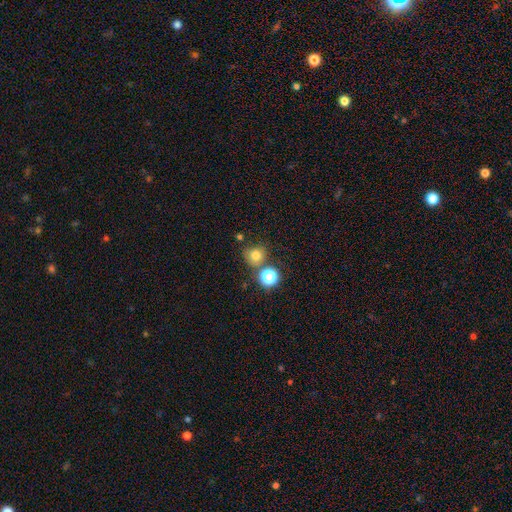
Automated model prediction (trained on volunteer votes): smooth-or-featured: smooth: 74% | star or artifact: 18% | featured or disk: 8%
  how-rounded: round: 88% | in between: 11% | cigar-shaped: 1%
  merging: none: 71% | merger: 15% | minor disturbance: 10% | major disturbance: 4%